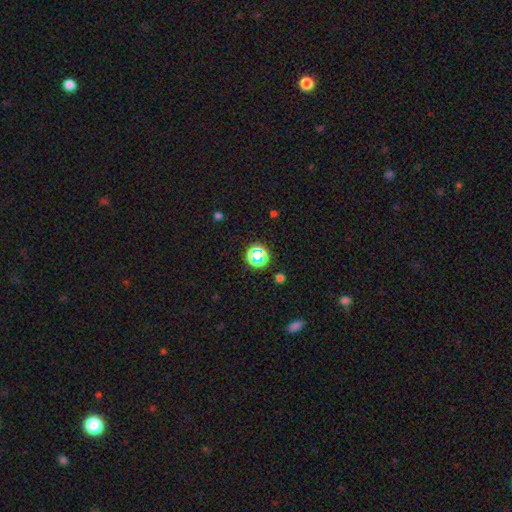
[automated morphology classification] type=star or artifact (58%).